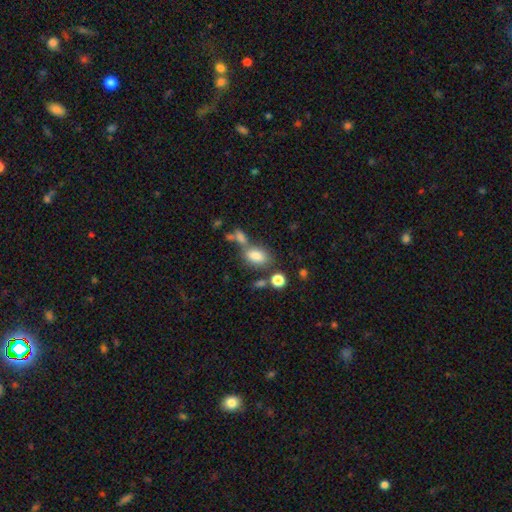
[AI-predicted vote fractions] Smooth or featured?
  - smooth: 80% *
  - star or artifact: 11%
  - featured or disk: 9%
How rounded?
  - in between: 84% *
  - round: 14%
  - cigar-shaped: 2%
Merging?
  - none: 54% *
  - merger: 26%
  - minor disturbance: 14%
  - major disturbance: 6%